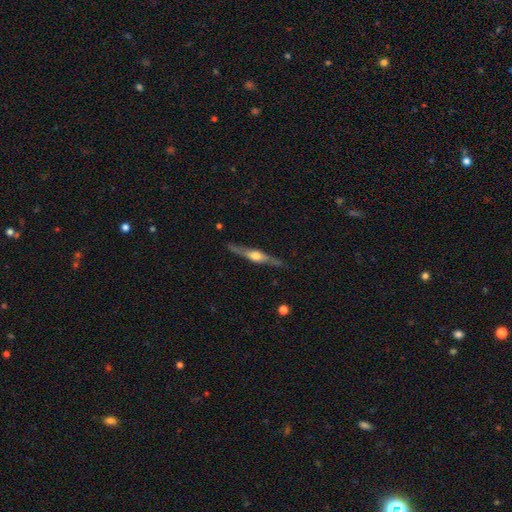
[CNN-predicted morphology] smooth_or_featured: featured or disk (p=0.73) [alt: smooth p=0.22]
disk_edge_on: yes (p=0.95) [alt: no p=0.05]
edge_on_bulge: rounded (p=0.88) [alt: boxy p=0.08]
merging: none (p=0.84) [alt: minor disturbance p=0.12]